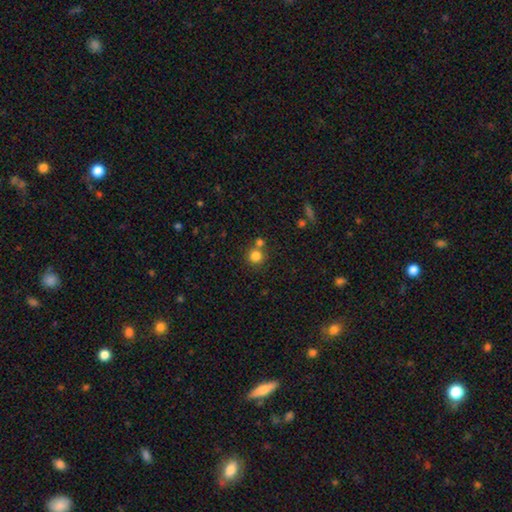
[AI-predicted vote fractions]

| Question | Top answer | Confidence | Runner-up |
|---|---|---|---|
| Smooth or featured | smooth | 81% | star or artifact (12%) |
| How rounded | round | 92% | in between (7%) |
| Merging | none | 67% | merger (22%) |